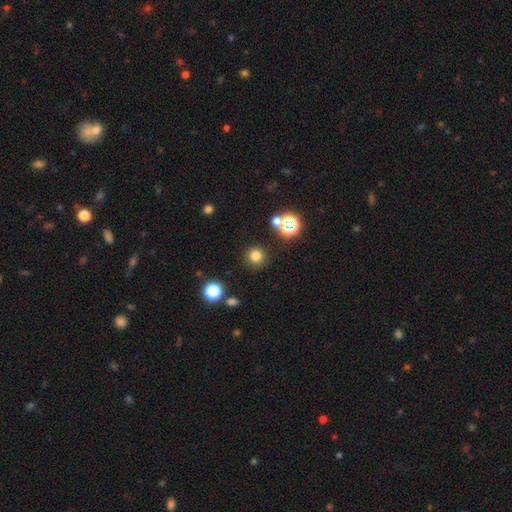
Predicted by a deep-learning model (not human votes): The model was most divided on "smooth or featured": smooth: 77%, star or artifact: 18%, featured or disk: 5%. More confident: how rounded — round (95%); merging — none (88%).